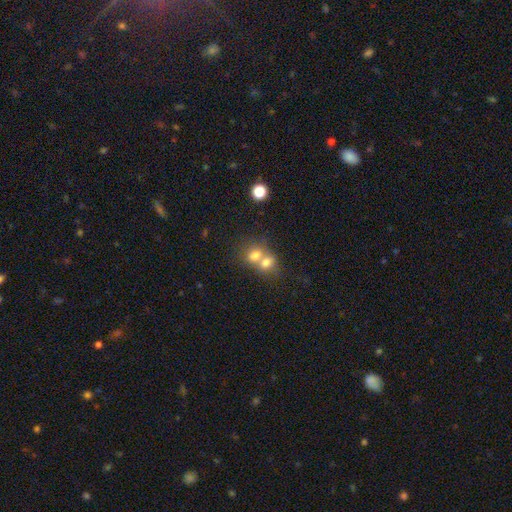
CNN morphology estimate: smooth-or-featured: smooth: 72% | featured or disk: 16% | star or artifact: 11%
  how-rounded: round: 54% | in between: 44% | cigar-shaped: 1%
  merging: merger: 68% | none: 23% | minor disturbance: 6% | major disturbance: 3%